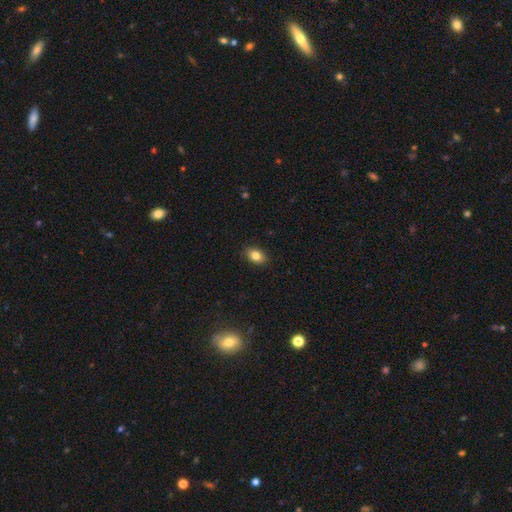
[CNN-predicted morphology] smooth-or-featured: smooth: 83% | star or artifact: 9% | featured or disk: 8%
  how-rounded: in between: 84% | round: 14% | cigar-shaped: 2%
  merging: none: 89% | minor disturbance: 8% | major disturbance: 2% | merger: 1%